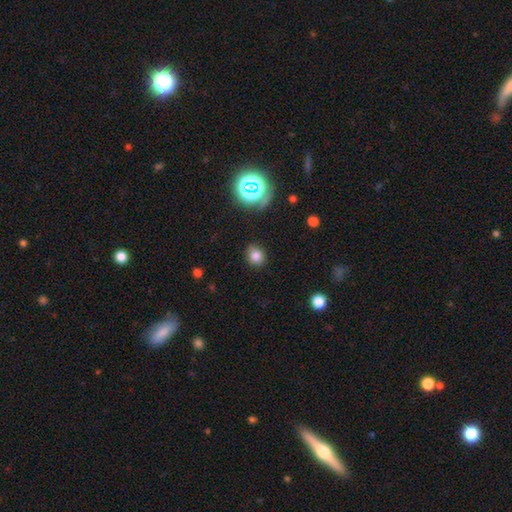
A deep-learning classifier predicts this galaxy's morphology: This is likely a smooth galaxy (78%). How rounded: likely round (74%). Merging: clearly none (85%).